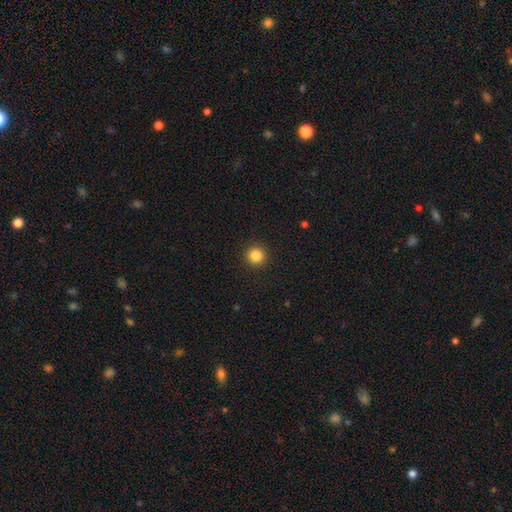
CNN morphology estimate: type=smooth (84%); roundness=round (95%); merging=none (93%).